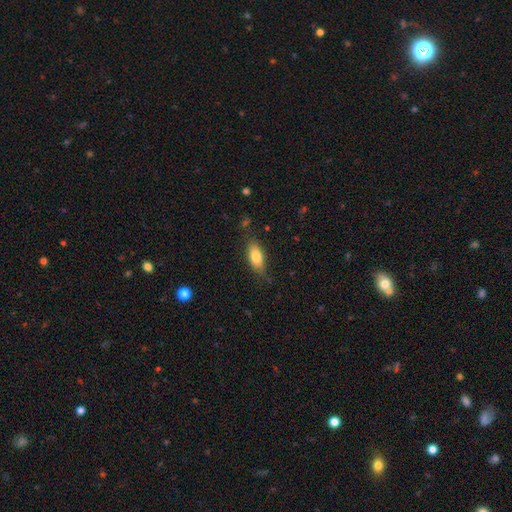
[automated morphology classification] A smooth galaxy with no disk features (81%) that is in between round and cigar-shaped (85%).

Vote fractions:
- Smooth or featured? smooth: 81% / featured or disk: 13% / star or artifact: 7%
- How rounded? in between: 85% / cigar-shaped: 12% / round: 3%
- Merging? none: 74% / minor disturbance: 20% / major disturbance: 4% / merger: 2%